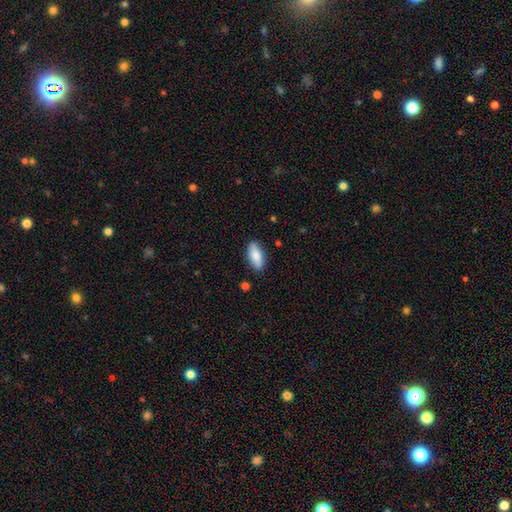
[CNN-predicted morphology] type=smooth (80%); roundness=in between (80%); merging=none (86%).